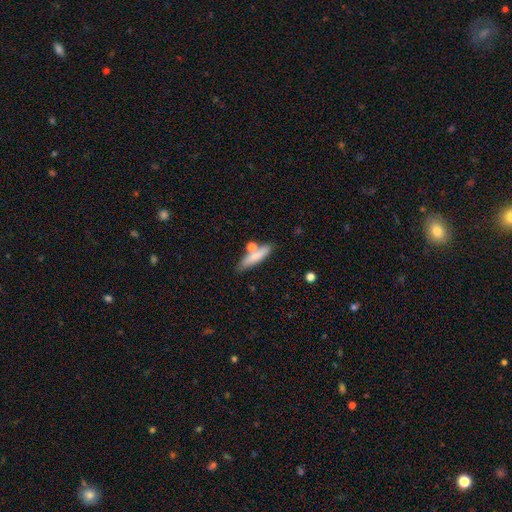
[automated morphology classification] type=smooth (76%); roundness=cigar-shaped (69%); merging=none (66%).